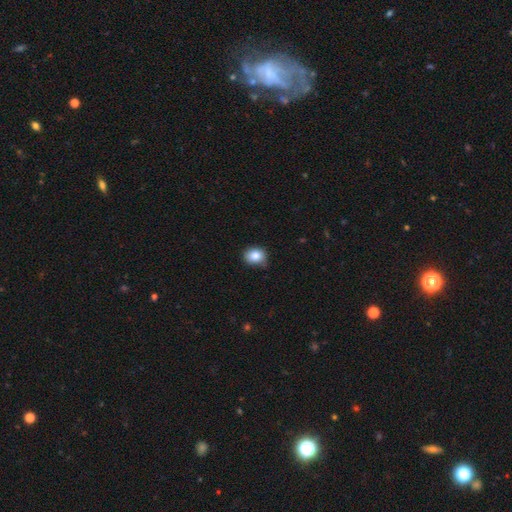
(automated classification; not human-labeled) smooth_or_featured: smooth (p=0.83) [alt: star or artifact p=0.10]
how_rounded: round (p=0.59) [alt: in between p=0.40]
merging: none (p=0.74) [alt: minor disturbance p=0.21]